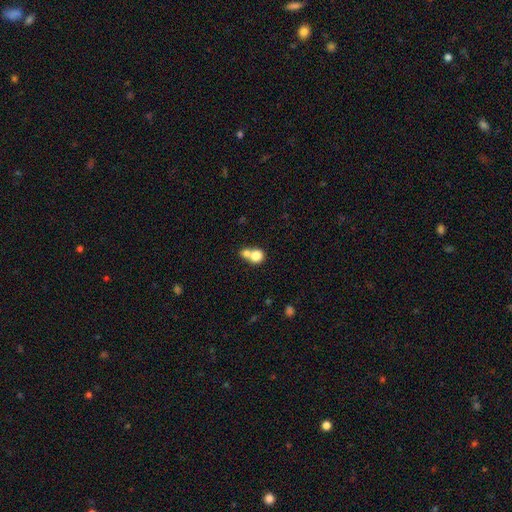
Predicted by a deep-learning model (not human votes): The model was most divided on "merging": merger: 59%, none: 33%, minor disturbance: 6%, major disturbance: 3%. More confident: smooth or featured — smooth (79%); how rounded — round (78%).